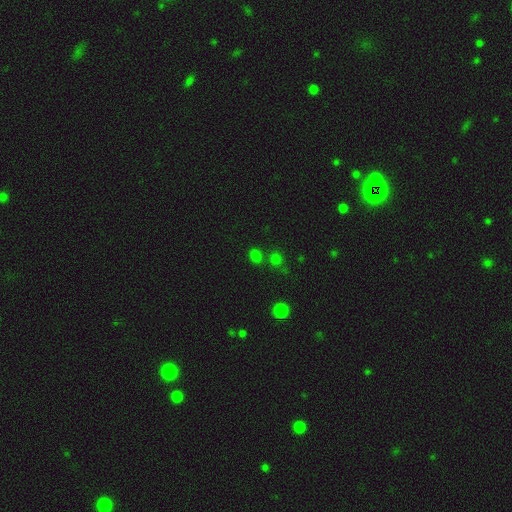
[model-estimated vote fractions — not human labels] Q: Smooth or featured?
A: smooth (66%); runner-up: star or artifact (30%)
Q: How rounded?
A: round (63%); runner-up: in between (36%)
Q: Merging?
A: none (70%); runner-up: merger (16%)